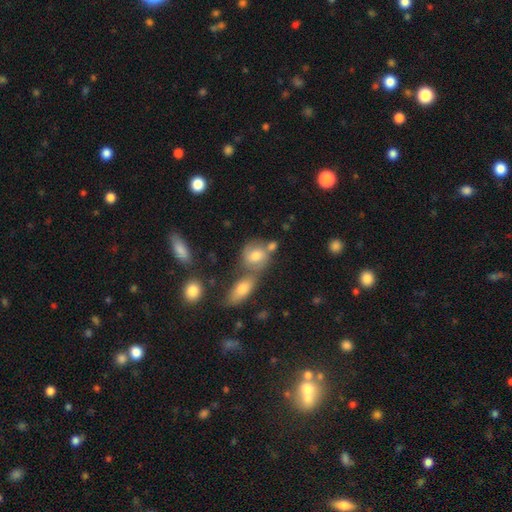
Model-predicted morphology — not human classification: This appears to be a smooth galaxy with no disk features (64%) that is round (56%). Merging: none (40%, tied with merger).